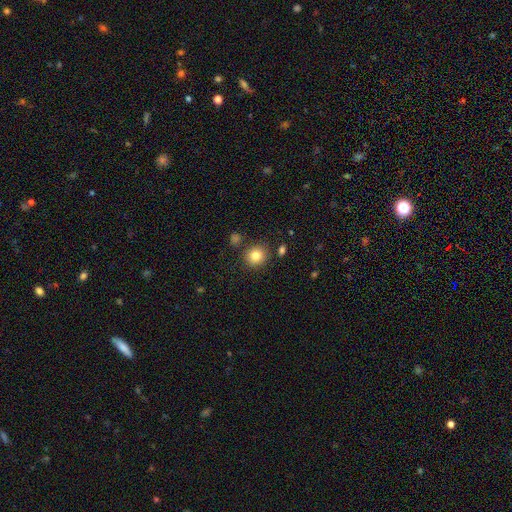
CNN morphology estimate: This appears to be a smooth galaxy with no disk features (82%) that is round (88%). Merging: none (85%).